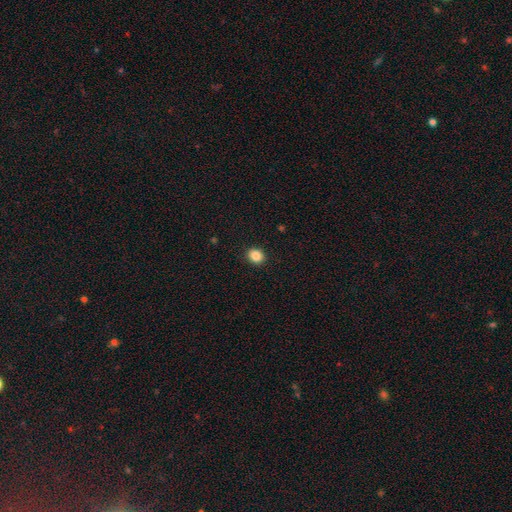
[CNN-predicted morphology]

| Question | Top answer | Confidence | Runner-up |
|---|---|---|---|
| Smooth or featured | smooth | 86% | star or artifact (10%) |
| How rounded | round | 71% | in between (28%) |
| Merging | none | 91% | minor disturbance (6%) |